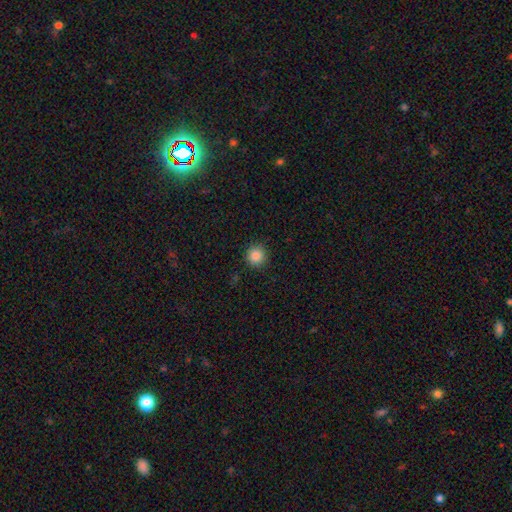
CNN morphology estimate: type=smooth (86%); roundness=round (94%); merging=none (91%).